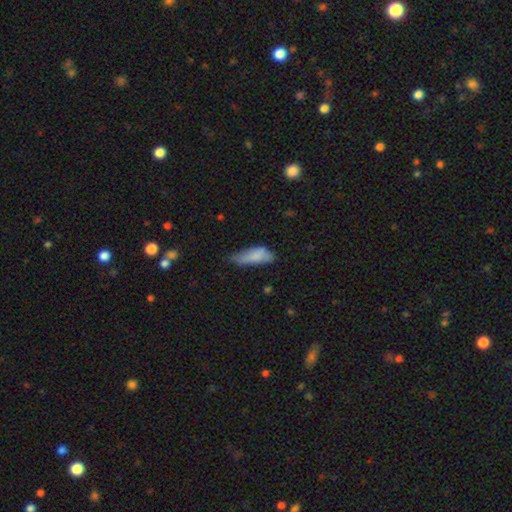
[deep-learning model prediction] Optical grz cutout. It shows a smooth galaxy with no disk features (76%) that is in between round and cigar-shaped (68%). Merging: minor disturbance (43%).